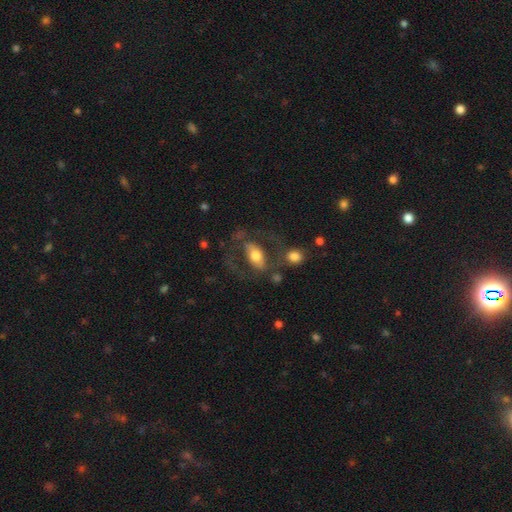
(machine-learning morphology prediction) smooth_or_featured: featured or disk (p=0.48) [alt: smooth p=0.45]
merging: none (p=0.52) [alt: major disturbance p=0.22]